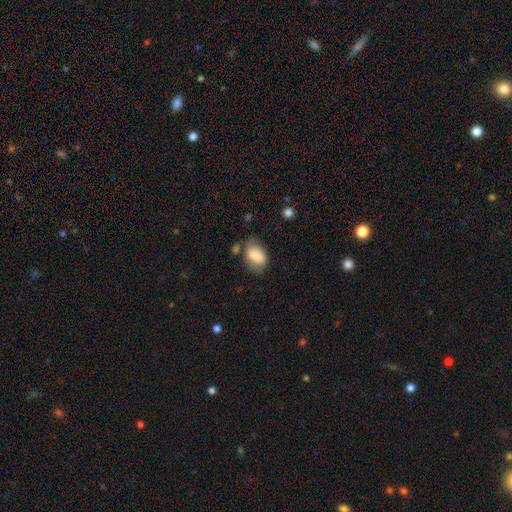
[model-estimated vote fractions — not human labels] Smooth or featured? Predicted: smooth (p=0.80). How rounded? Predicted: in between (p=0.81). Merging? Predicted: none (p=0.58).